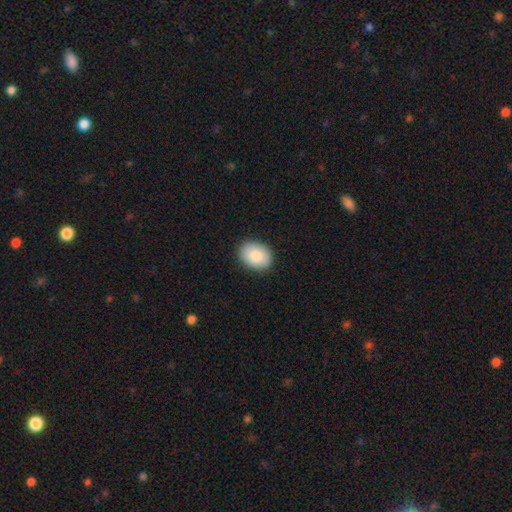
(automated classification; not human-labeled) smooth-or-featured: smooth: 85% | featured or disk: 8% | star or artifact: 6%
  how-rounded: in between: 69% | round: 30% | cigar-shaped: 1%
  merging: none: 89% | minor disturbance: 8% | major disturbance: 2% | merger: 1%